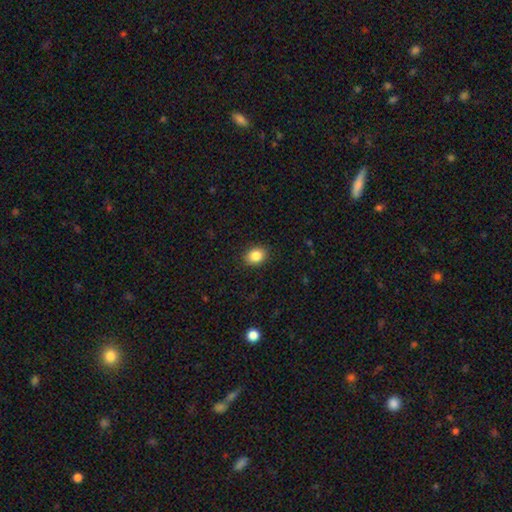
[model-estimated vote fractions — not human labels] Smooth or featured: smooth — 86% (star or artifact — 9%)
How rounded: in between — 58% (round — 41%)
Merging: none — 89% (minor disturbance — 8%)